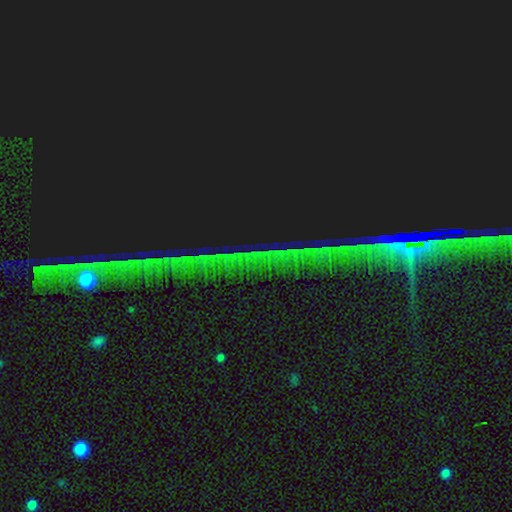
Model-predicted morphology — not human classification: Overall: star or artifact (85%).